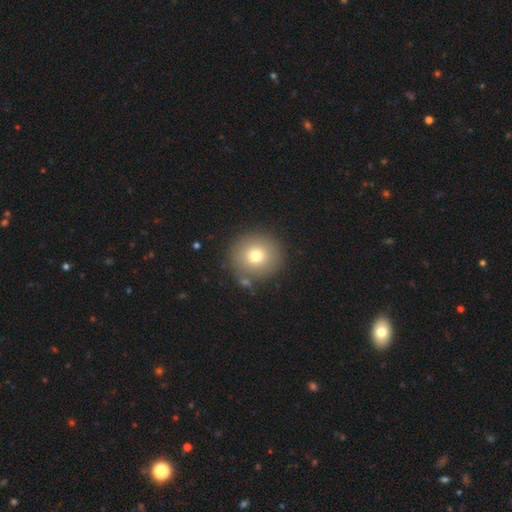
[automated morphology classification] smooth 75%, featured or disk 13%, star or artifact 11%. Down the decision tree: how rounded — round (94%); merging — none (84%).